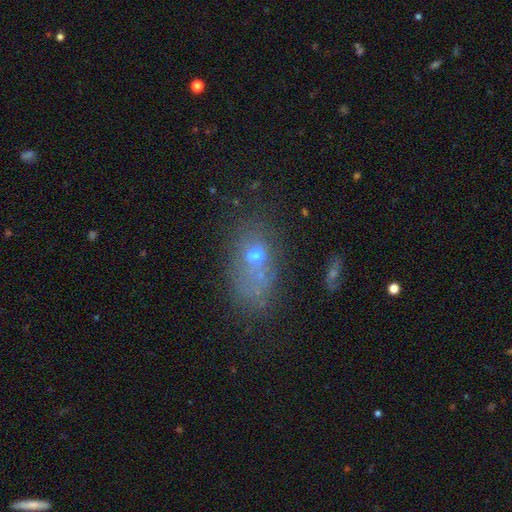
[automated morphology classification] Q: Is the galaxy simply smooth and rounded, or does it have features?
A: smooth — 49%.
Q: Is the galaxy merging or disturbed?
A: none — 45%.